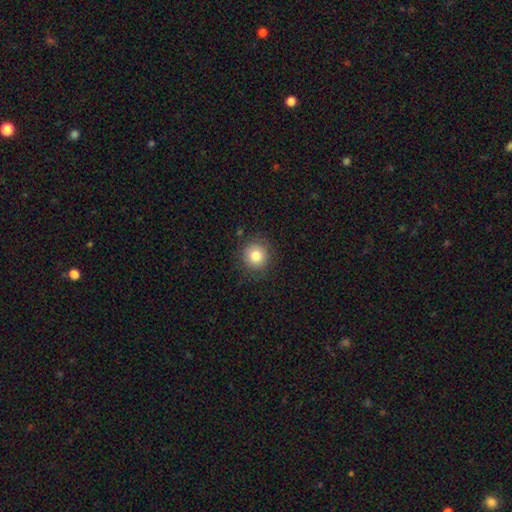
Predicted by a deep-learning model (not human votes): Q: Smooth or featured?
A: smooth (81%); runner-up: star or artifact (10%)
Q: How rounded?
A: round (92%); runner-up: in between (7%)
Q: Merging?
A: none (87%); runner-up: minor disturbance (9%)